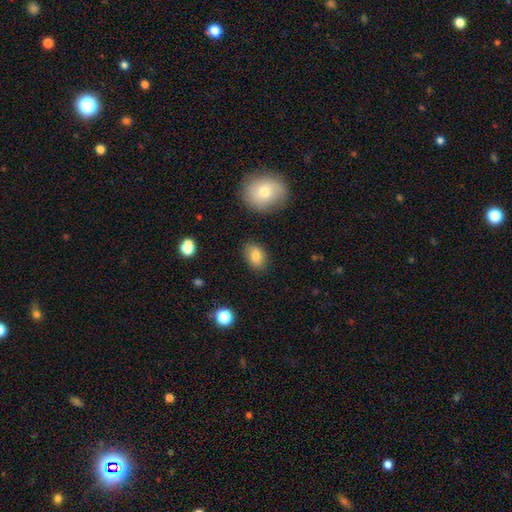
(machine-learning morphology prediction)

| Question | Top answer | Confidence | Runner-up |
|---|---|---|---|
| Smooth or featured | smooth | 82% | star or artifact (9%) |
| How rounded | in between | 81% | round (18%) |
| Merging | none | 83% | minor disturbance (11%) |